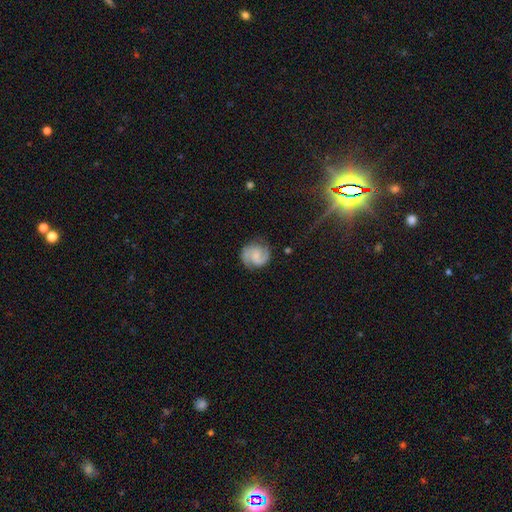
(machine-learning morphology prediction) type=featured or disk (80%); edge-on=no (98%); bar=no (48%); spiral arms=yes (97%); winding=medium (50%); arm count=2 (88%); bulge=none (40%); merging=none (81%).